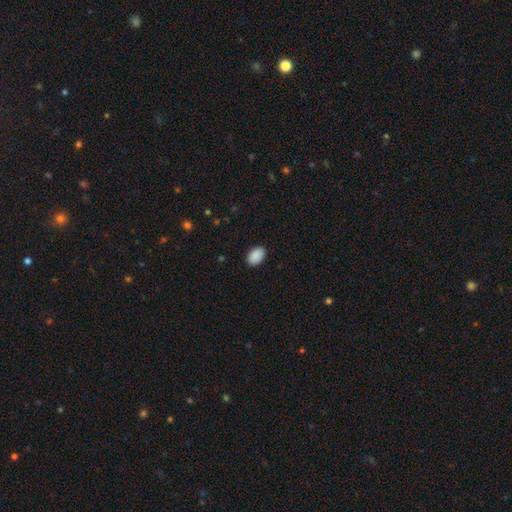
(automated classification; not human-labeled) Smooth or featured? Predicted: smooth (p=0.91). How rounded? Predicted: in between (p=0.90). Merging? Predicted: none (p=0.90).